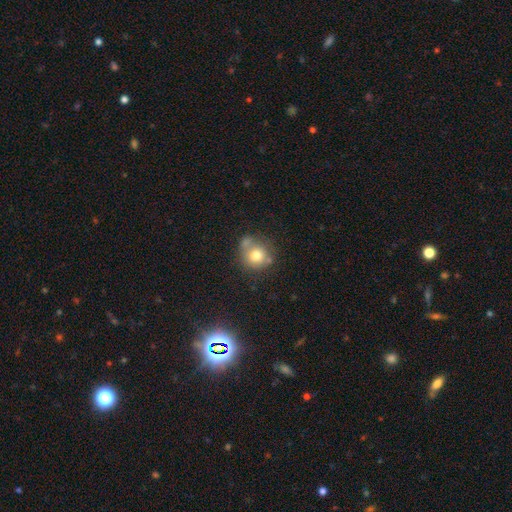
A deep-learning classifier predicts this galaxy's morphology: The model was most divided on "merging": none: 55%, merger: 24%, minor disturbance: 16%, major disturbance: 6%. More confident: how rounded — round (89%); smooth or featured — smooth (73%).